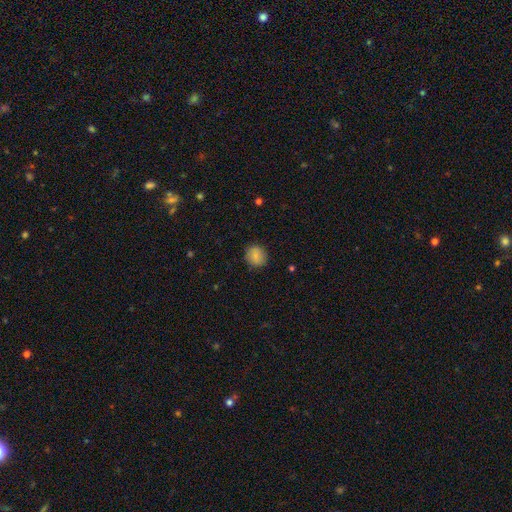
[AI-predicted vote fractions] This appears to be a smooth galaxy with no disk features (84%) that is round (74%). Merging: none (86%).